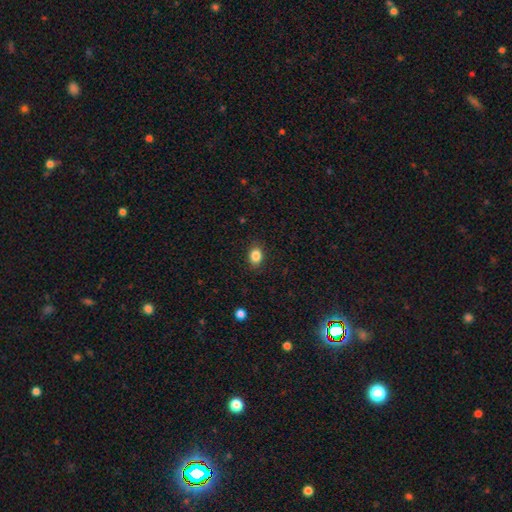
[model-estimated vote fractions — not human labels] smooth-or-featured: smooth: 86% | star or artifact: 10% | featured or disk: 5%
  how-rounded: in between: 65% | round: 34% | cigar-shaped: 1%
  merging: none: 87% | minor disturbance: 9% | major disturbance: 3% | merger: 1%